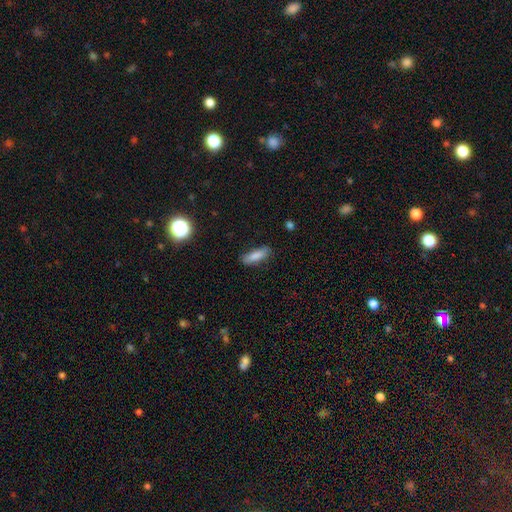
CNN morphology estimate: A smooth galaxy with no disk features (83%) that is in between round and cigar-shaped (50%). Merging: none (80%).